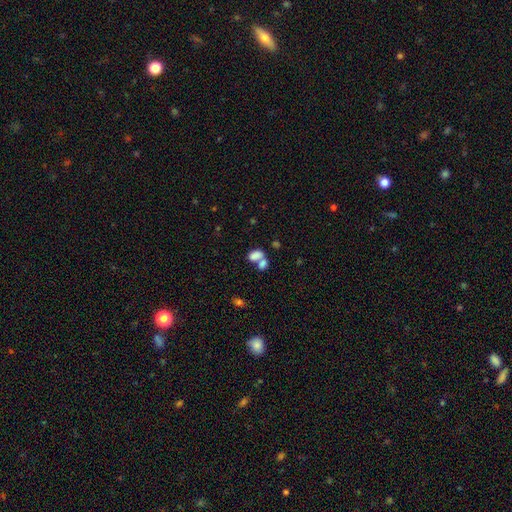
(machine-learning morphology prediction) This is likely a smooth galaxy (77%). How rounded: clearly in between (87%). Merging: likely merger (62%).